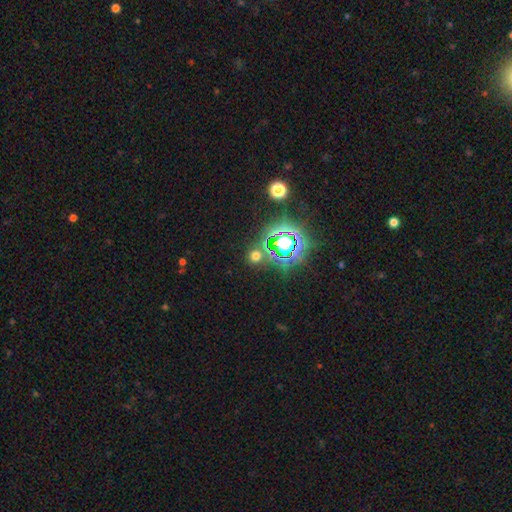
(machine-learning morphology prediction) This appears to be a star or artifact, not a galaxy (47%).